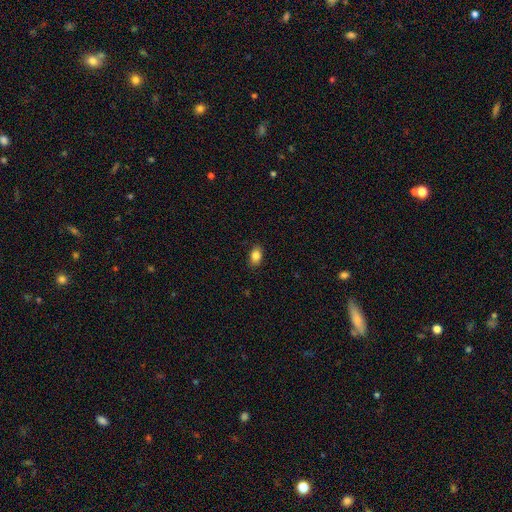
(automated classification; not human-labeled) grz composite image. It shows a smooth galaxy with no disk features (85%) that is in between round and cigar-shaped (82%). Merging: none (87%).